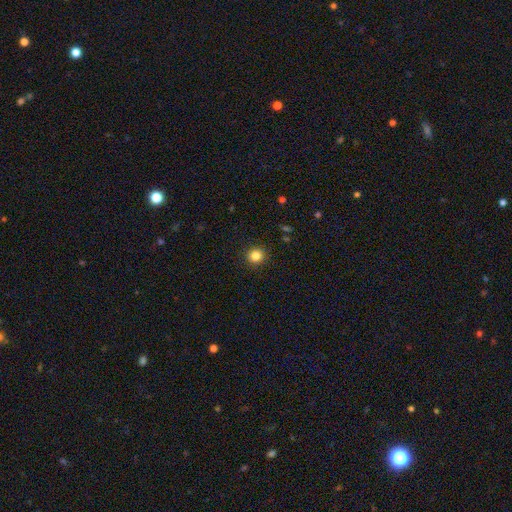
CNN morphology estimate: The model was most divided on "smooth or featured": smooth: 83%, star or artifact: 11%, featured or disk: 5%. More confident: merging — none (92%); how rounded — round (90%).